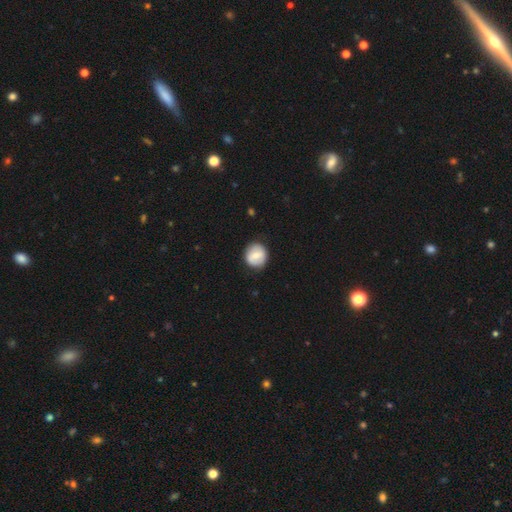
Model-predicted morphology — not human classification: This is likely a smooth galaxy (63%). How rounded: clearly round (83%). Merging: clearly none (85%).